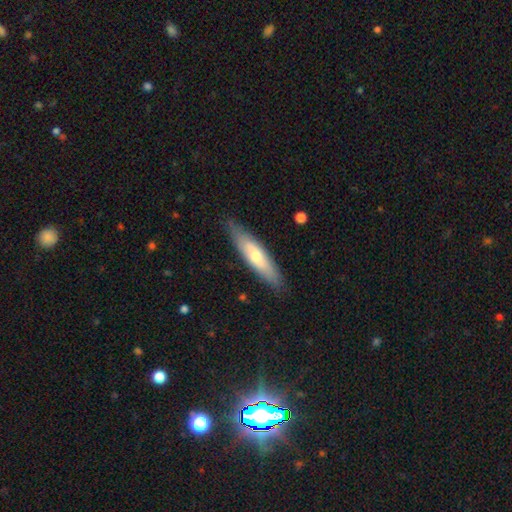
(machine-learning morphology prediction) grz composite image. It shows a smooth galaxy with no disk features (57%) that is cigar-shaped (72%). Merging: none (83%).